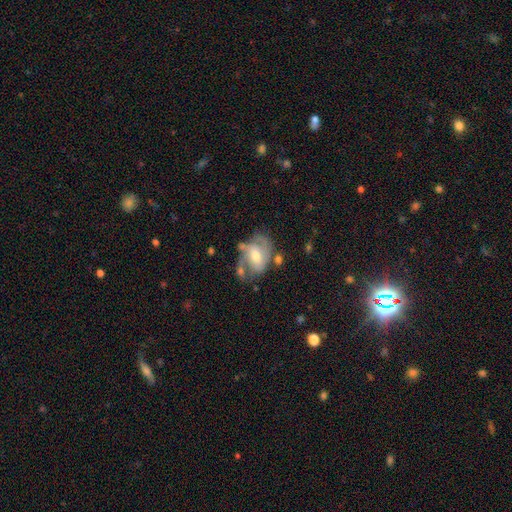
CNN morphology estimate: Smooth or featured?
  - featured or disk: 76% *
  - smooth: 17%
  - star or artifact: 6%
Edge-on disk?
  - no: 97% *
  - yes: 3%
Bar?
  - weak: 46% *
  - no: 32%
  - strong: 22%
Spiral arms?
  - yes: 88% *
  - no: 12%
Spiral winding?
  - medium: 50% *
  - tight: 28%
  - loose: 22%
Spiral arm count?
  - 2: 60% *
  - 3: 15%
  - can't tell: 15%
  - 1: 5%
  - 4: 3%
  - more than 4: 2%
Bulge size?
  - moderate: 60% *
  - small: 33%
  - large: 5%
  - none: 2%
  - dominant: 1%
Merging?
  - none: 52% *
  - minor disturbance: 22%
  - major disturbance: 15%
  - merger: 11%